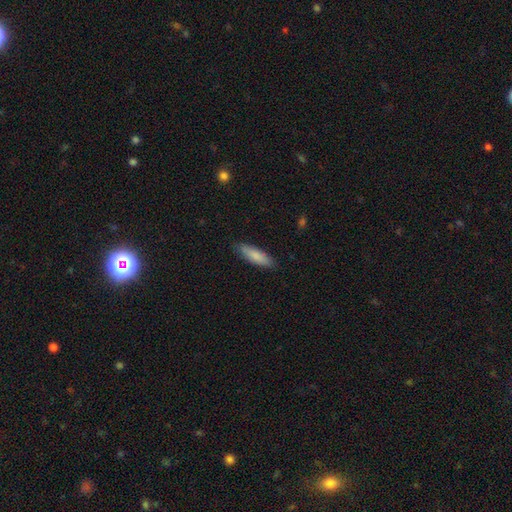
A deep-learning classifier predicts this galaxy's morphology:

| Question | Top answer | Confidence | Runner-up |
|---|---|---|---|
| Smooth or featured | smooth | 83% | featured or disk (12%) |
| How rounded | cigar-shaped | 58% | in between (40%) |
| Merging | none | 86% | minor disturbance (11%) |